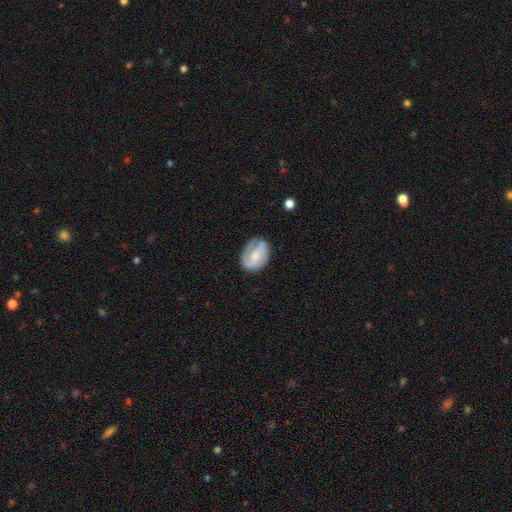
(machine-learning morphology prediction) Smooth or featured?
  - featured or disk: 64% *
  - smooth: 30%
  - star or artifact: 6%
Edge-on disk?
  - no: 97% *
  - yes: 3%
Bar?
  - weak: 42% *
  - no: 34%
  - strong: 25%
Spiral arms?
  - yes: 84% *
  - no: 16%
Spiral winding?
  - medium: 42% *
  - tight: 30%
  - loose: 27%
Spiral arm count?
  - 2: 71% *
  - can't tell: 12%
  - 1: 11%
  - 3: 4%
  - 4: 1%
  - more than 4: 1%
Bulge size?
  - small: 44% *
  - moderate: 42%
  - none: 9%
  - large: 5%
  - dominant: 1%
Merging?
  - none: 66% *
  - minor disturbance: 24%
  - major disturbance: 8%
  - merger: 2%